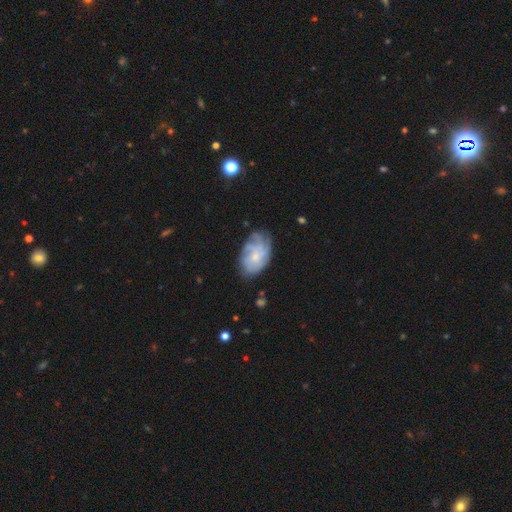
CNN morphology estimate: Smooth or featured? featured or disk (60%)
Edge-on disk? no (96%)
Bar? no (78%)
Spiral arms? yes (81%)
Bulge size? small (56%)
Merging? none (63%)